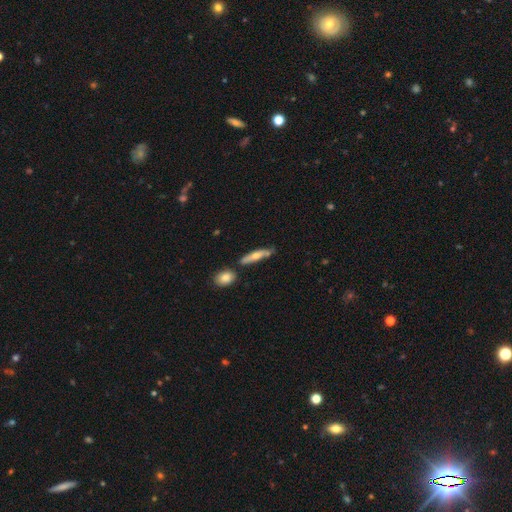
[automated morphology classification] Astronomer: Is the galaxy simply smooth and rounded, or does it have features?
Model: smooth — 57% (runner-up: featured or disk, 37%).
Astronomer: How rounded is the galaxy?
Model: cigar-shaped — 79%.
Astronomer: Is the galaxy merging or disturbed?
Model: none — 71%.